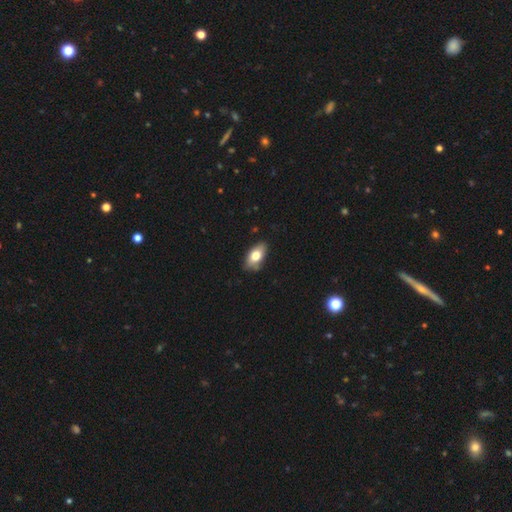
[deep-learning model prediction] Smooth or featured? smooth (76%)
How rounded? in between (92%)
Merging? none (78%)